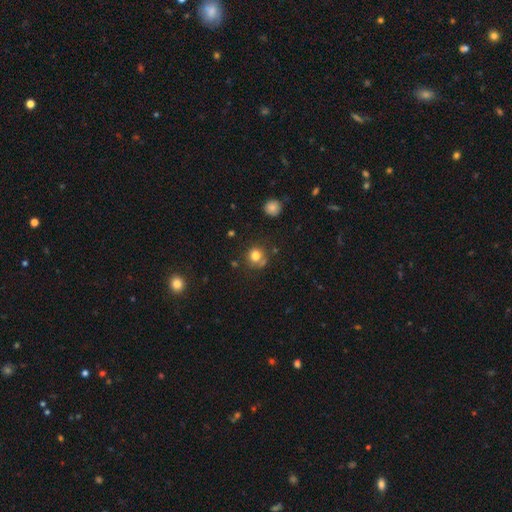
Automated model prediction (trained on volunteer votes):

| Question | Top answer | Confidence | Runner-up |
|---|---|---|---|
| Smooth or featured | smooth | 77% | star or artifact (13%) |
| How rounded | round | 88% | in between (11%) |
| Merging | none | 70% | minor disturbance (15%) |